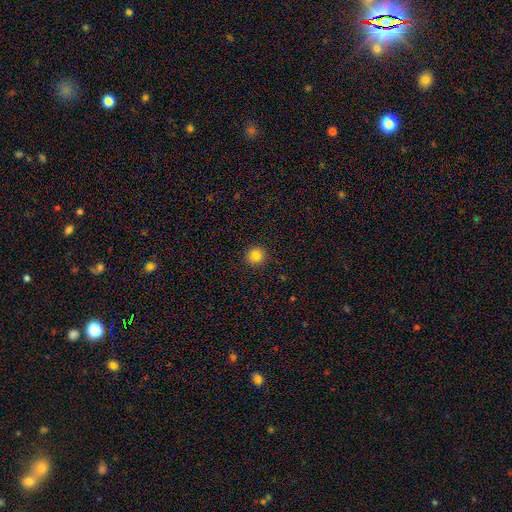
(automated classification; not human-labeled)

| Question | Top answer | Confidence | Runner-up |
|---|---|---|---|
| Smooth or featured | smooth | 84% | star or artifact (12%) |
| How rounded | round | 93% | in between (6%) |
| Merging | none | 92% | minor disturbance (5%) |